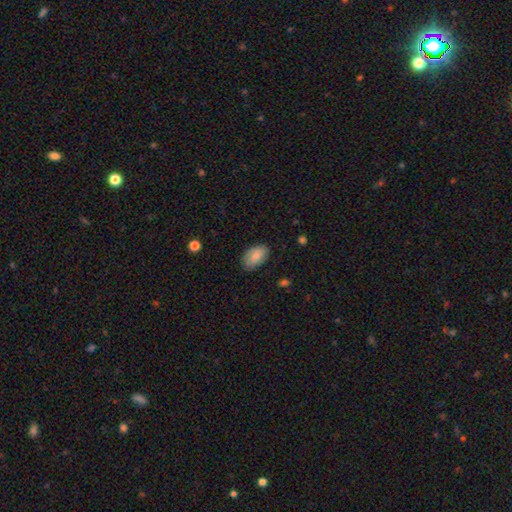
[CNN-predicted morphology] type=smooth (77%); roundness=in between (93%); merging=none (79%).